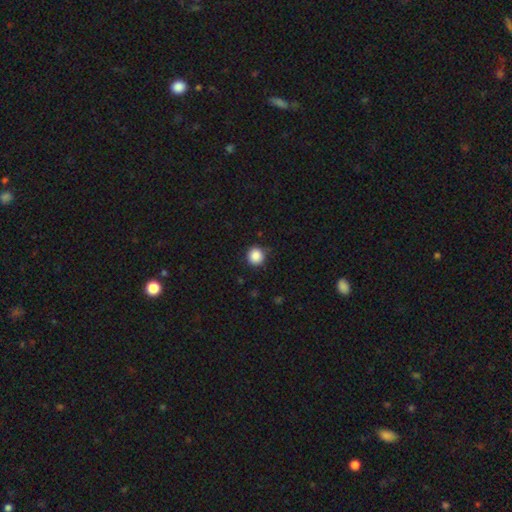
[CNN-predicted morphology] Smooth or featured: smooth — 87% (star or artifact — 10%)
How rounded: round — 94% (in between — 5%)
Merging: none — 87% (minor disturbance — 9%)